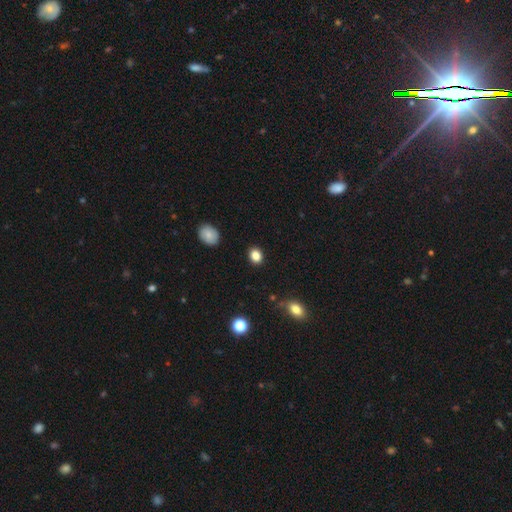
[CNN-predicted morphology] smooth-or-featured: smooth: 85% | star or artifact: 10% | featured or disk: 4%
  how-rounded: round: 56% | in between: 43% | cigar-shaped: 1%
  merging: none: 89% | minor disturbance: 7% | major disturbance: 2% | merger: 1%